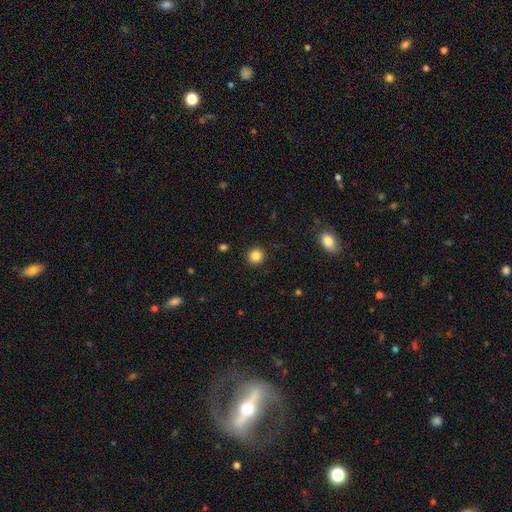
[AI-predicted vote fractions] Smooth or featured: smooth — 85% (star or artifact — 11%)
How rounded: round — 93% (in between — 6%)
Merging: none — 92% (minor disturbance — 5%)